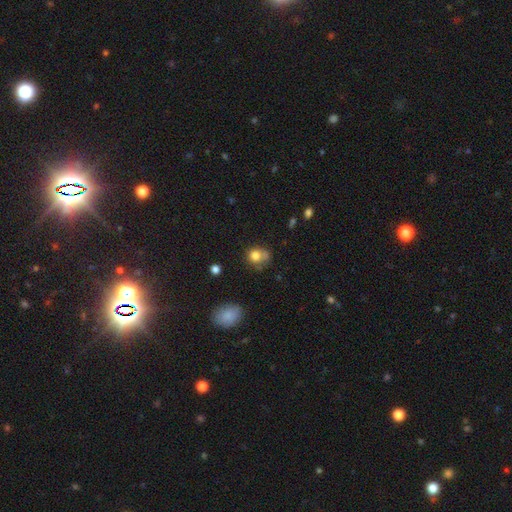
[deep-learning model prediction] smooth 78%, star or artifact 11%, featured or disk 10%. Down the decision tree: how rounded — round (72%); merging — none (51%).